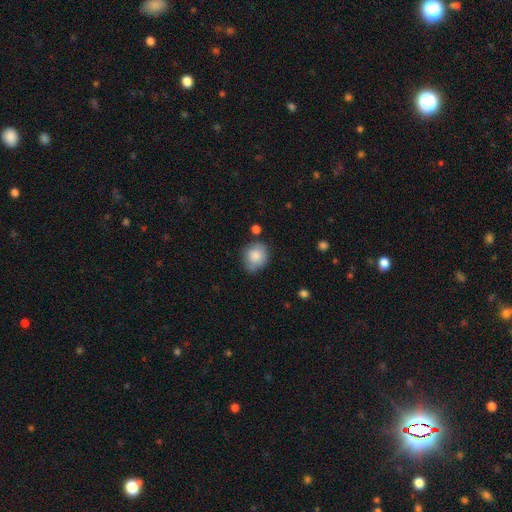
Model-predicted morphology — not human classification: This is clearly a smooth galaxy (84%). How rounded: likely round (71%). Merging: likely none (66%).